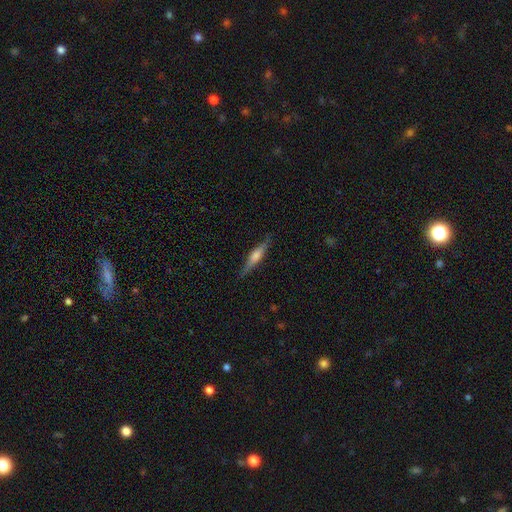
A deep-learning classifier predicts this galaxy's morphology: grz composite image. It shows a featured or disk galaxy (60%) viewed edge-on (96%) with a rounded central bulge (72%). Merging: none (85%).